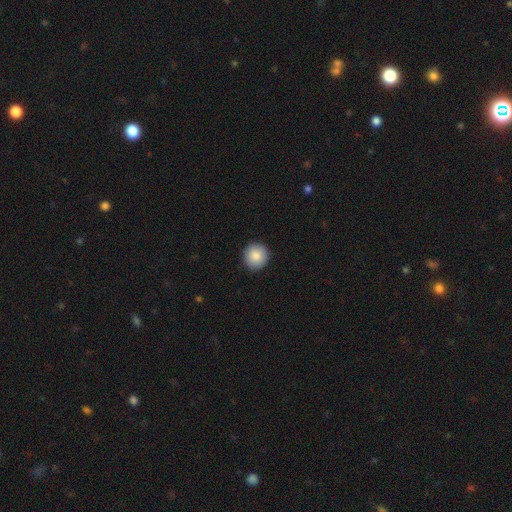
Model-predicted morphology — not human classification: type=smooth (87%); roundness=round (92%); merging=none (91%).